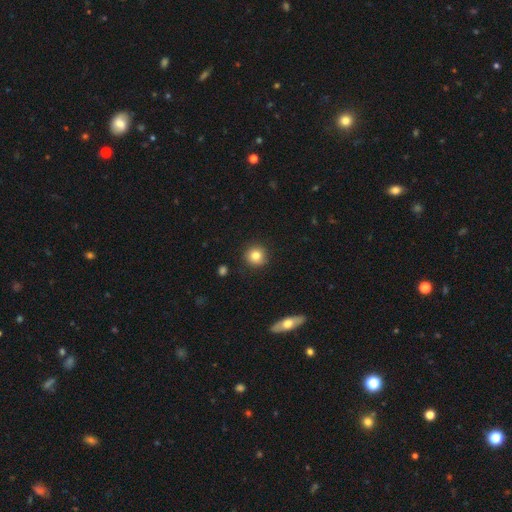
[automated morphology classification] Smooth or featured? smooth (81%)
How rounded? round (93%)
Merging? none (89%)